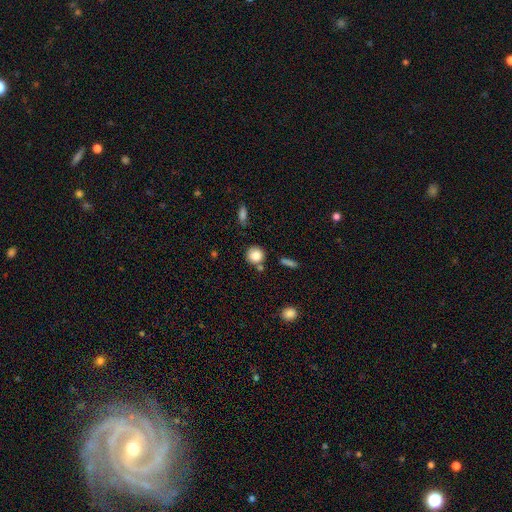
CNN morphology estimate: A smooth galaxy with no disk features (85%) that is round (89%).

Vote fractions:
- Smooth or featured? smooth: 85% / star or artifact: 9% / featured or disk: 6%
- How rounded? round: 89% / in between: 10% / cigar-shaped: 1%
- Merging? none: 73% / minor disturbance: 12% / merger: 11% / major disturbance: 3%